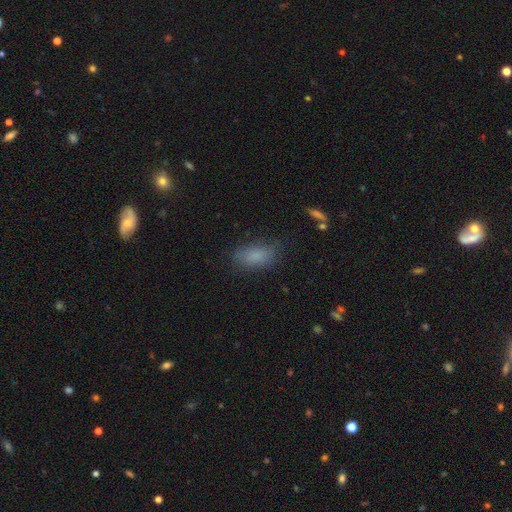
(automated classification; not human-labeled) smooth 82%, star or artifact 10%, featured or disk 8%. Down the decision tree: how rounded — in between (86%); merging — none (75%).